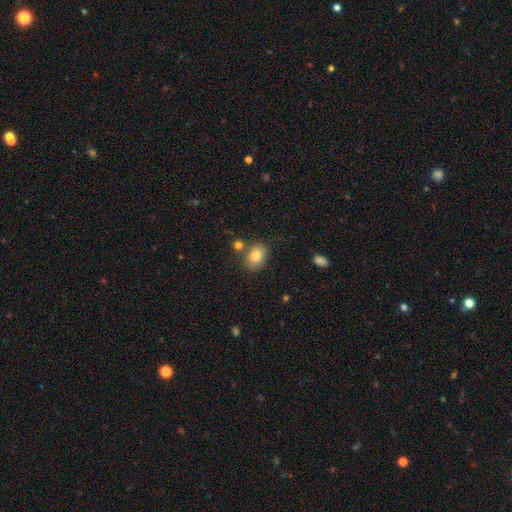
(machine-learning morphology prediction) type=smooth (81%); roundness=in between (62%); merging=none (73%).